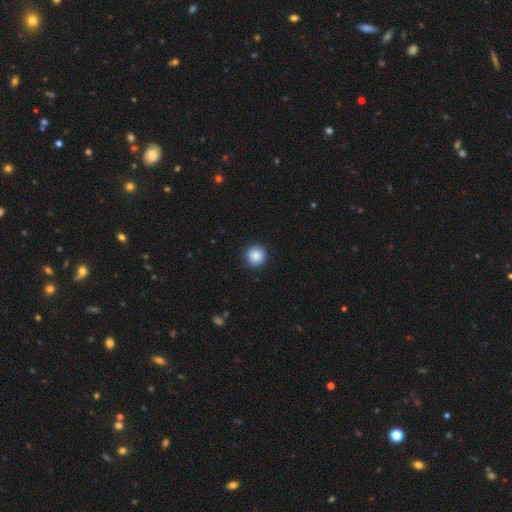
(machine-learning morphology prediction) Smooth or featured? Predicted: smooth (p=0.88). How rounded? Predicted: round (p=0.95). Merging? Predicted: none (p=0.91).